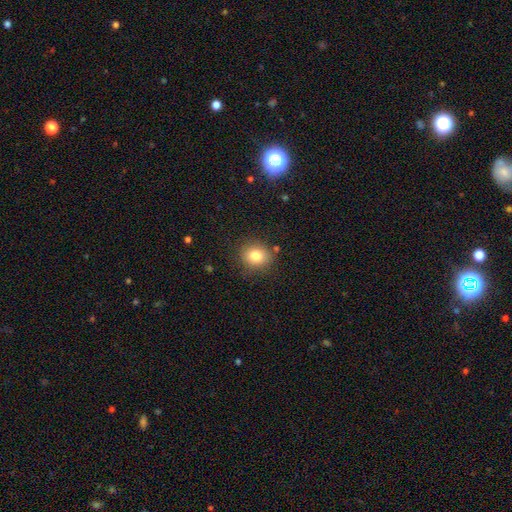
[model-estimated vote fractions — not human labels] Smooth or featured? Predicted: smooth (p=0.81). How rounded? Predicted: round (p=0.72). Merging? Predicted: none (p=0.84).